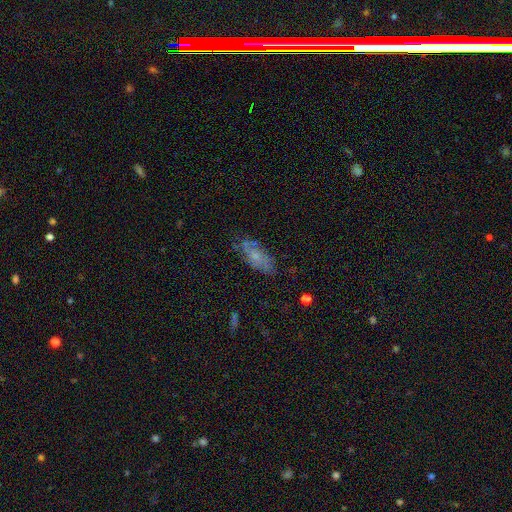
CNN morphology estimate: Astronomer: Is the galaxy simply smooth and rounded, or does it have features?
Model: smooth — 49% (runner-up: featured or disk, 41%).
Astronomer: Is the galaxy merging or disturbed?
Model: none — 64%.